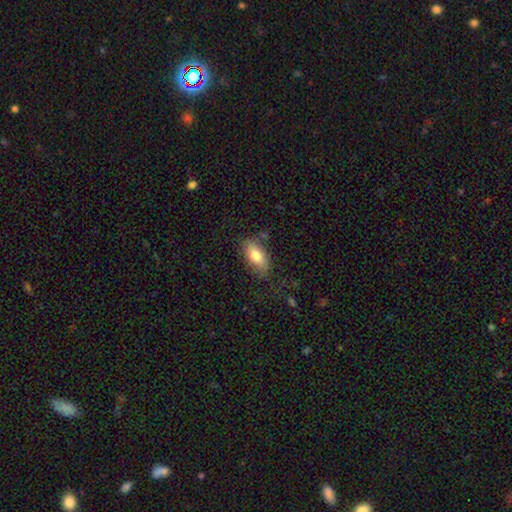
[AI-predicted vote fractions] Q: Smooth or featured?
A: smooth (78%); runner-up: featured or disk (15%)
Q: How rounded?
A: in between (88%); runner-up: cigar-shaped (8%)
Q: Merging?
A: none (71%); runner-up: minor disturbance (20%)